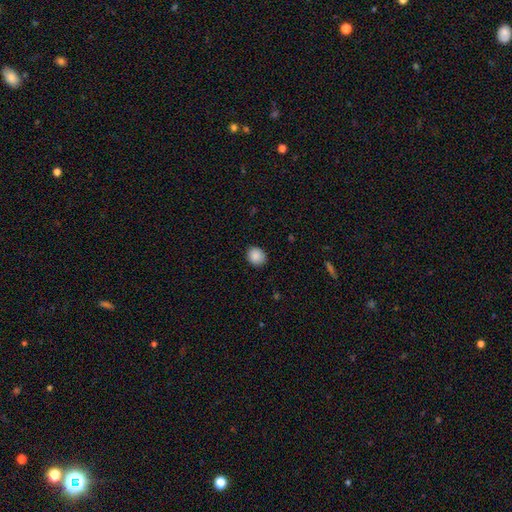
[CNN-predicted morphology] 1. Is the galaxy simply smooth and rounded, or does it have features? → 88% smooth, 8% star or artifact, 4% featured or disk.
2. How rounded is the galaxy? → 73% round, 26% in between, 1% cigar-shaped.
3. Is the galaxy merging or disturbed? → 87% none, 10% minor disturbance, 2% major disturbance, 1% merger.